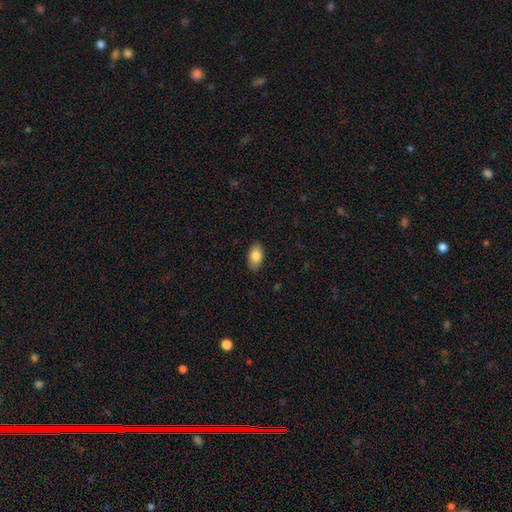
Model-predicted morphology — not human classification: The model was most divided on "smooth or featured": smooth: 83%, featured or disk: 10%, star or artifact: 7%. More confident: how rounded — in between (93%); merging — none (88%).